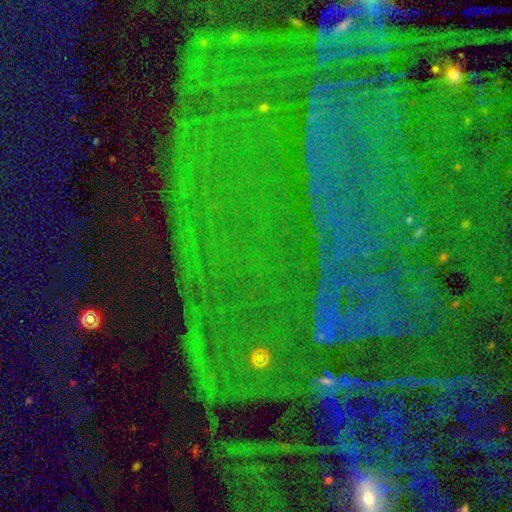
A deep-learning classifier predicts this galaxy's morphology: Q: Smooth or featured?
A: star or artifact (86%); runner-up: featured or disk (8%)